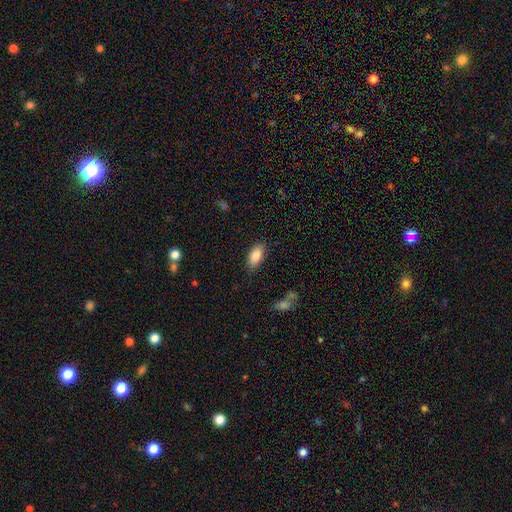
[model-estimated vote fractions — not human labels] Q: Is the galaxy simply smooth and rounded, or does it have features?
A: smooth — 85%.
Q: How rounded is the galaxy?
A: in between — 91%.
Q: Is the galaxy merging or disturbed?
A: none — 84%.